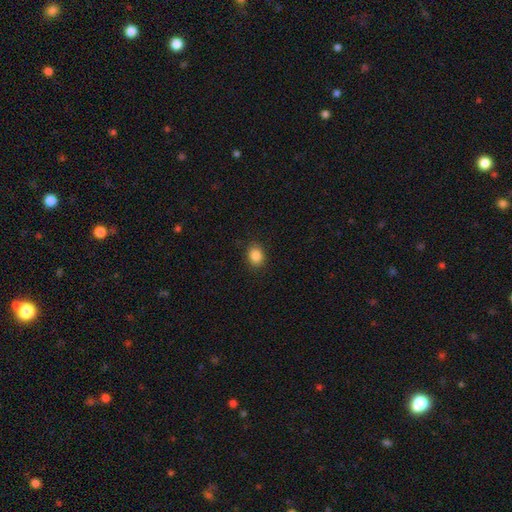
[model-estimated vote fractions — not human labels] This is clearly a smooth galaxy (86%). How rounded: possibly in between (58%). Merging: clearly none (88%).